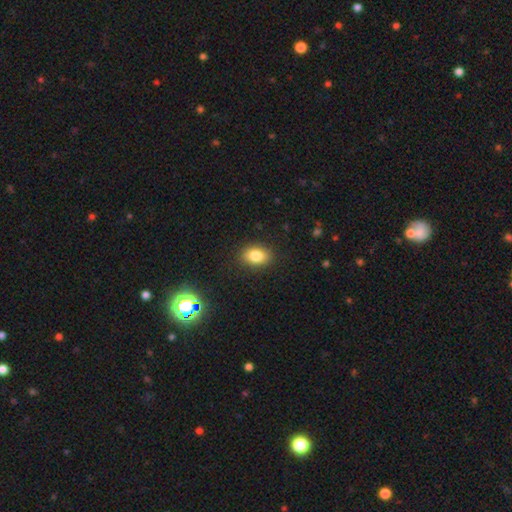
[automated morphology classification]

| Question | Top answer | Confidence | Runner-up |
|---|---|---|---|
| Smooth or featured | smooth | 82% | star or artifact (11%) |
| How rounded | in between | 79% | round (20%) |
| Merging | none | 88% | minor disturbance (8%) |